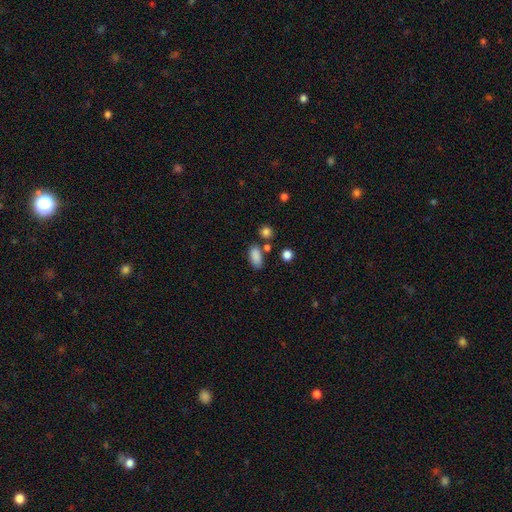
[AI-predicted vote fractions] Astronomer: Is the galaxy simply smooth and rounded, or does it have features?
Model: smooth — 86%.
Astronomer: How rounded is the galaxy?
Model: in between — 89%.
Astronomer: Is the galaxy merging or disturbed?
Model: none — 71%.